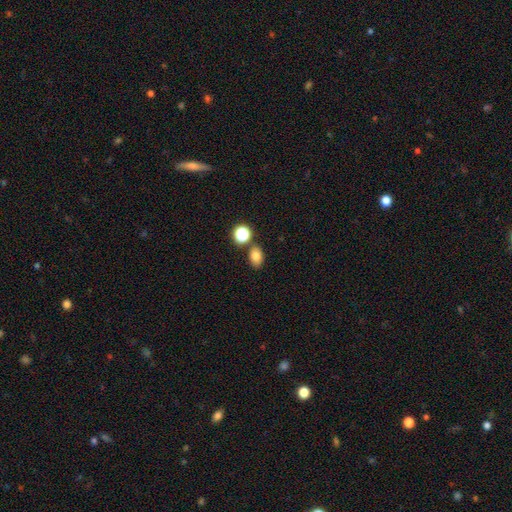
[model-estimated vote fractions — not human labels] Smooth or featured? smooth (80%)
How rounded? in between (72%)
Merging? none (77%)